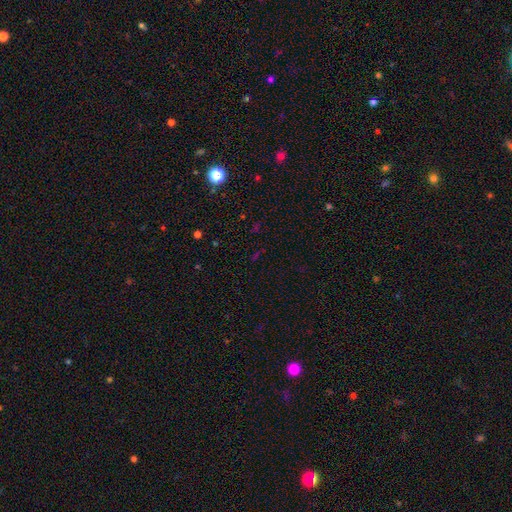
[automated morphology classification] This appears to be a star or artifact, not a galaxy (66%).